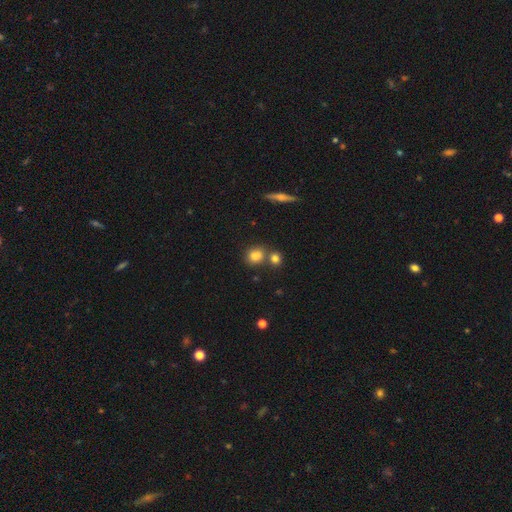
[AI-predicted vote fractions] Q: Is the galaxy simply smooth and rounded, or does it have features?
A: smooth — 81%.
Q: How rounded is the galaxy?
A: round — 68%.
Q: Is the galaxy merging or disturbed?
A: none — 63%.